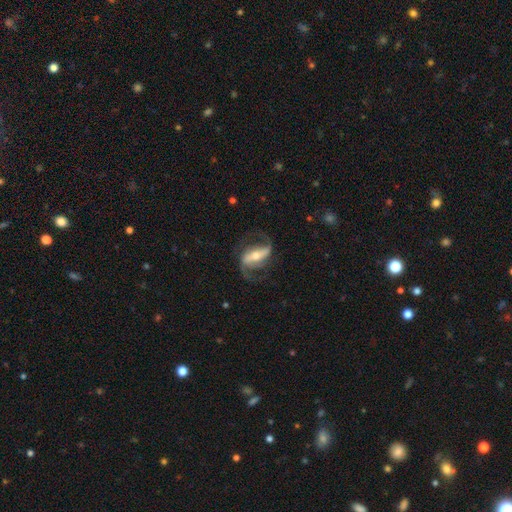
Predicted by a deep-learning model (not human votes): The model was most divided on "spiral winding": loose: 49%, medium: 41%, tight: 11%. More confident: spiral arms — yes (96%); edge-on disk — no (95%); spiral arm count — 2 (92%); smooth or featured — featured or disk (87%); merging — none (73%); bar — strong (61%); bulge size — moderate (51%).